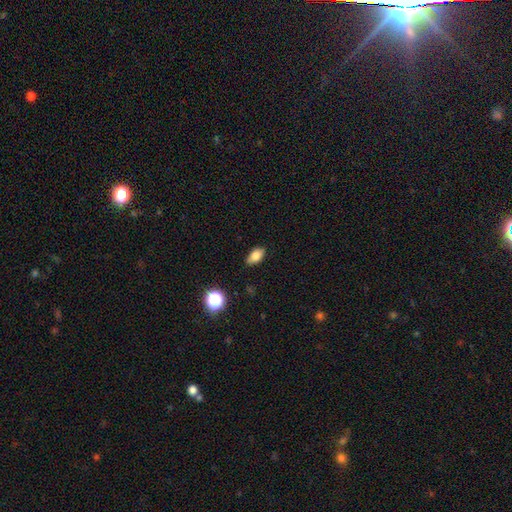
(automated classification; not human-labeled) Smooth or featured? smooth (80%)
How rounded? in between (89%)
Merging? none (84%)